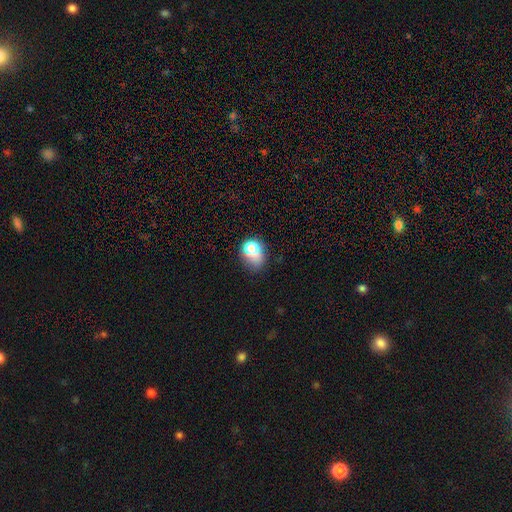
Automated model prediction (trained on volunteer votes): smooth-or-featured: smooth: 73% | featured or disk: 14% | star or artifact: 13%
  how-rounded: in between: 57% | round: 42% | cigar-shaped: 1%
  merging: none: 37% | minor disturbance: 32% | major disturbance: 22% | merger: 9%